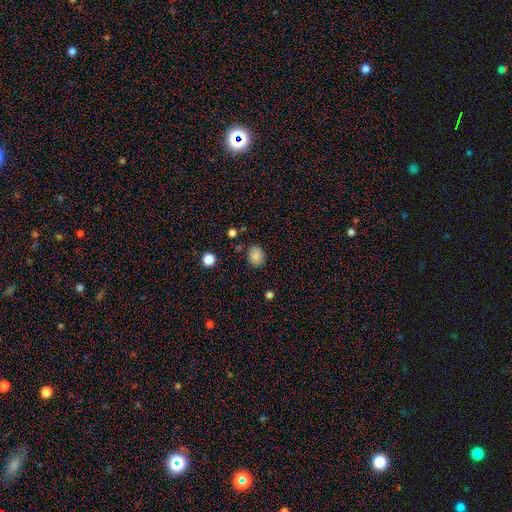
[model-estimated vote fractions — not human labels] Smooth or featured: smooth — 86% (star or artifact — 10%)
How rounded: in between — 63% (round — 36%)
Merging: none — 80% (minor disturbance — 14%)